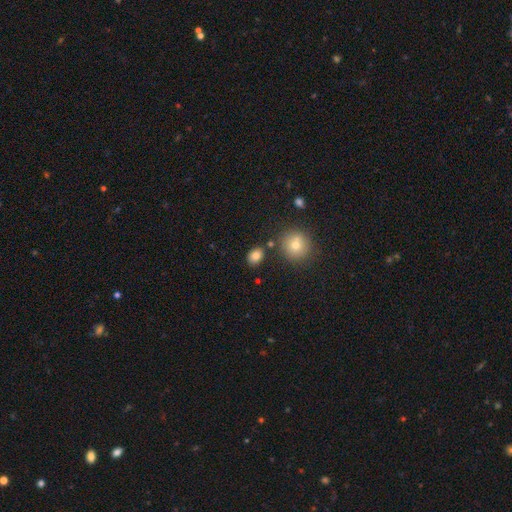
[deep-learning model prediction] Smooth or featured: smooth — 81% (star or artifact — 11%)
How rounded: in between — 67% (round — 32%)
Merging: none — 81% (minor disturbance — 10%)